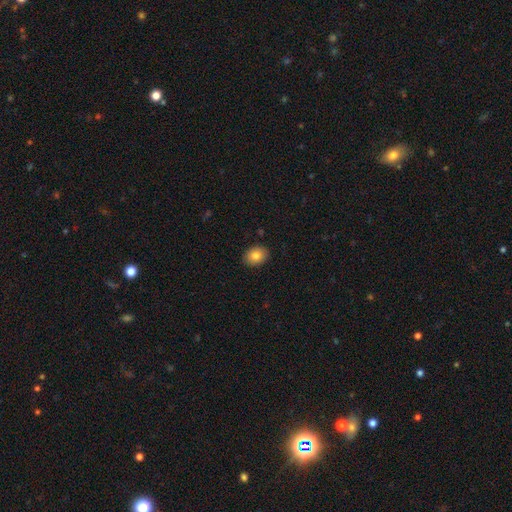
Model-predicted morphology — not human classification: Overall: smooth (82%). How rounded: in between (65%; round 34%). Merging: none (89%).